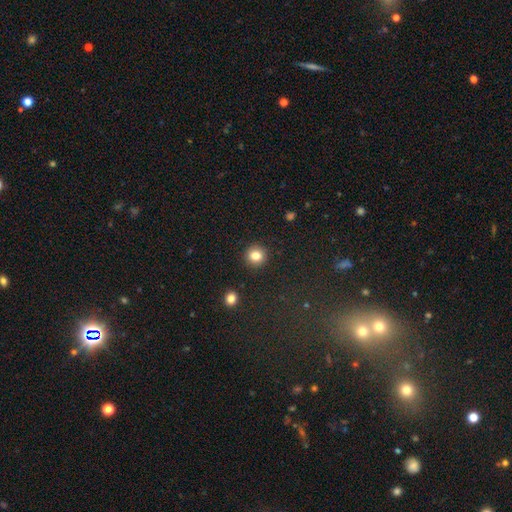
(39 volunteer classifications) smooth 79%, featured or disk 13%, star or artifact 8%. Down the decision tree: how rounded — round (90%); merging — none (89%).